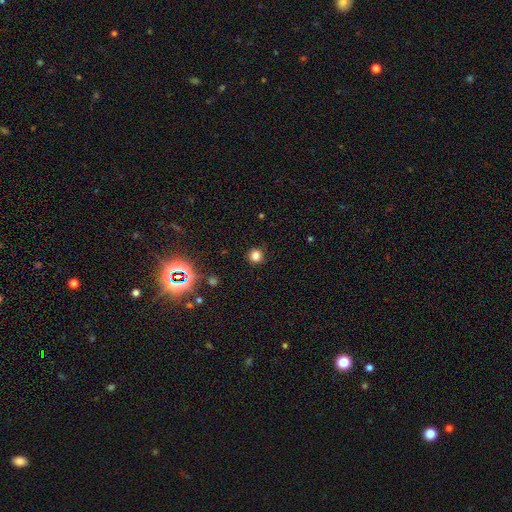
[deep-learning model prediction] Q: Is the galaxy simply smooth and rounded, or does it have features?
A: smooth — 81%.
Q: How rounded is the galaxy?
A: round — 93%.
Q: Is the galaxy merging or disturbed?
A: none — 89%.